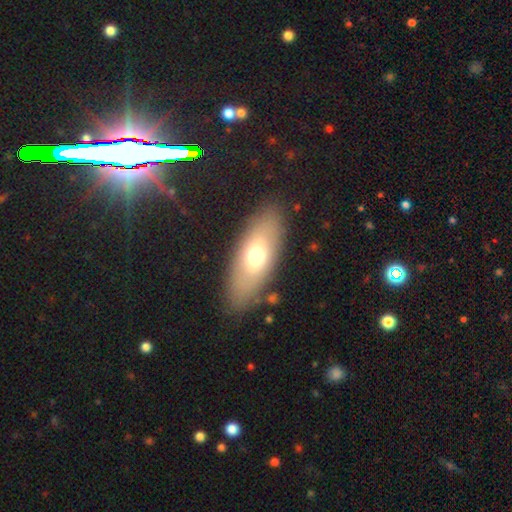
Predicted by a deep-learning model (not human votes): Q: Smooth or featured?
A: smooth (63%); runner-up: featured or disk (29%)
Q: How rounded?
A: in between (80%); runner-up: cigar-shaped (16%)
Q: Merging?
A: none (83%); runner-up: minor disturbance (10%)